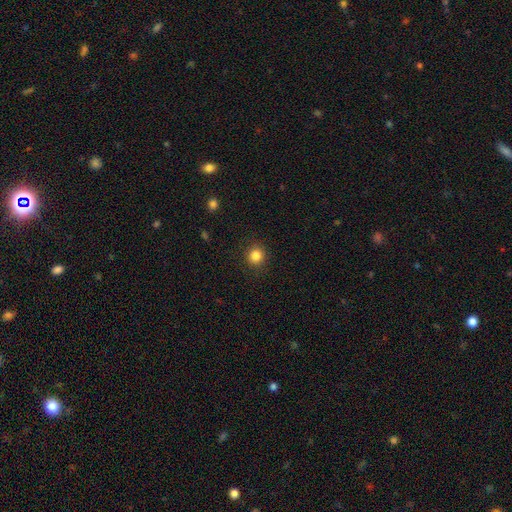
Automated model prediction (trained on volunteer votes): A smooth galaxy with no disk features (85%) that is round (91%). Merging: none (91%).